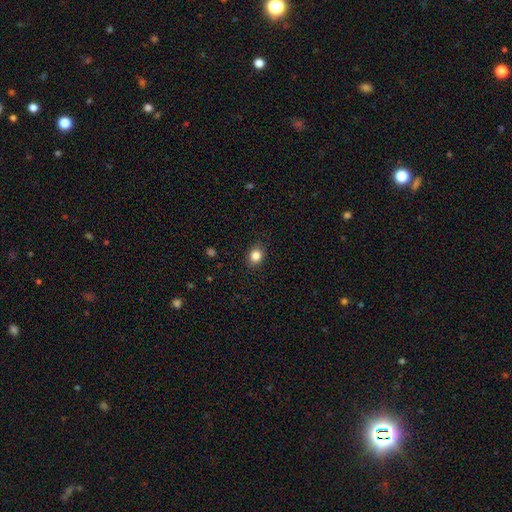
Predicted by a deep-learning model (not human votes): Smooth or featured? smooth (84%)
How rounded? round (59%)
Merging? none (88%)